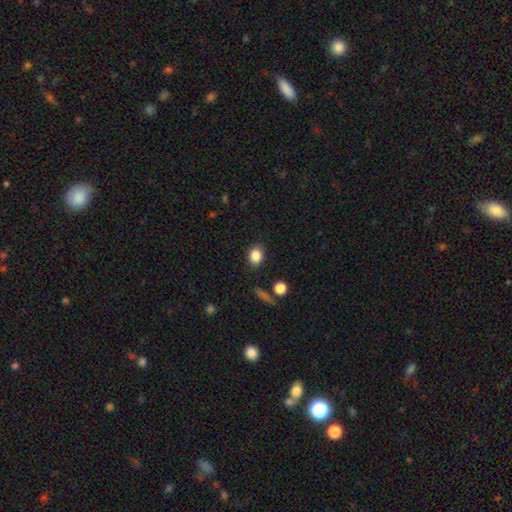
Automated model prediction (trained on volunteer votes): smooth-or-featured: smooth: 85% | star or artifact: 10% | featured or disk: 5%
  how-rounded: round: 50% | in between: 48% | cigar-shaped: 1%
  merging: none: 86% | minor disturbance: 9% | major disturbance: 3% | merger: 2%